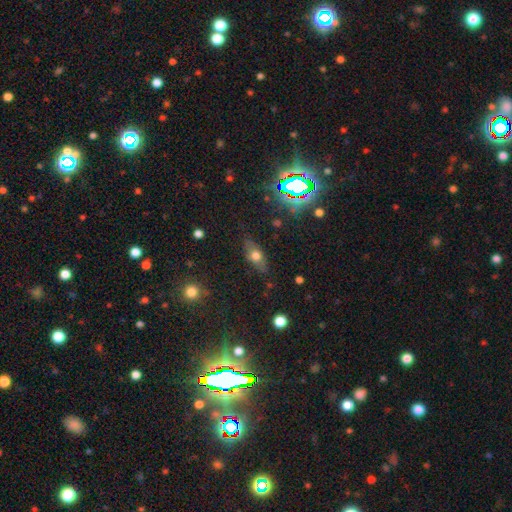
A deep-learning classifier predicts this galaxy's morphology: Q: Smooth or featured?
A: smooth (57%); runner-up: featured or disk (29%)
Q: How rounded?
A: in between (69%); runner-up: cigar-shaped (19%)
Q: Merging?
A: none (79%); runner-up: minor disturbance (15%)